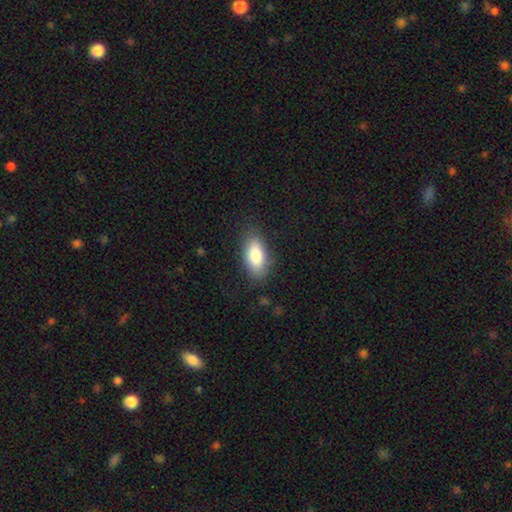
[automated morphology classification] Smooth or featured?
  - smooth: 83% *
  - featured or disk: 10%
  - star or artifact: 7%
How rounded?
  - in between: 88% *
  - cigar-shaped: 8%
  - round: 3%
Merging?
  - none: 82% *
  - minor disturbance: 13%
  - major disturbance: 4%
  - merger: 1%